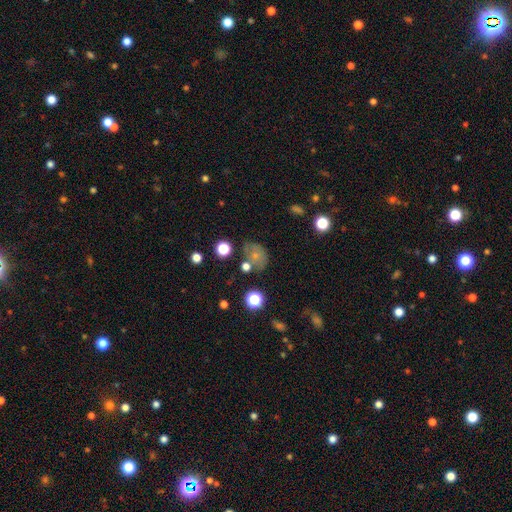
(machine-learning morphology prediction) type=smooth (62%); roundness=in between (50%); merging=none (50%).